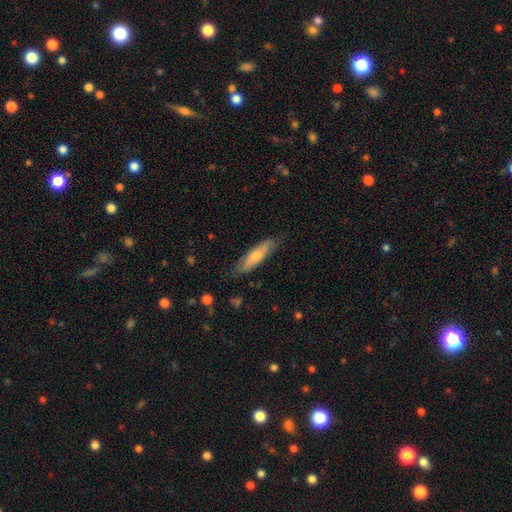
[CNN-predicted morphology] type=smooth (59%); roundness=cigar-shaped (72%); merging=none (81%).